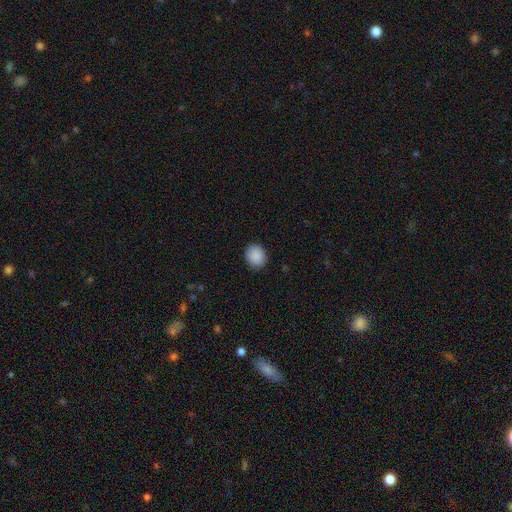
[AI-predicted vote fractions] This appears to be a smooth galaxy with no disk features (90%) that is round (67%). Merging: none (88%).